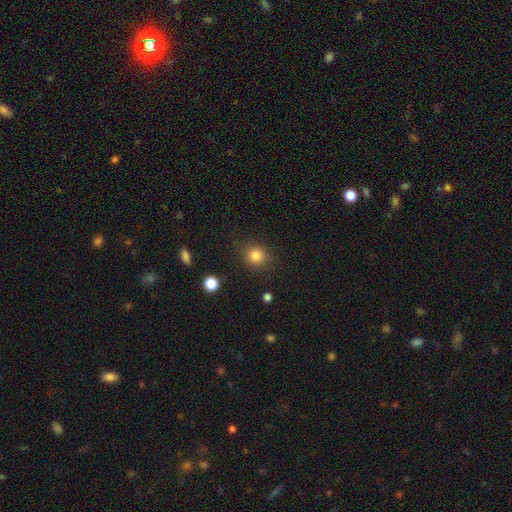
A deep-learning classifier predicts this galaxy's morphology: type=smooth (83%); roundness=round (84%); merging=none (85%).